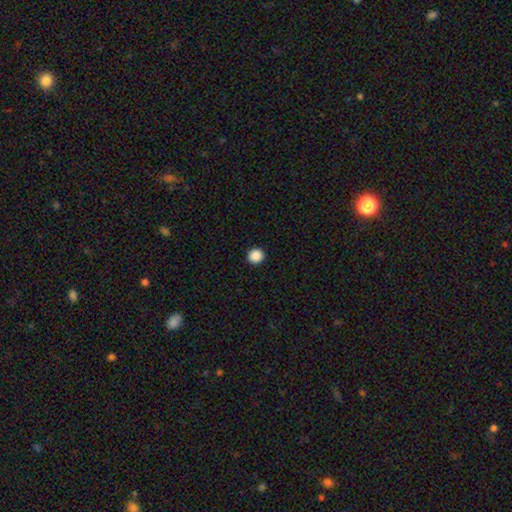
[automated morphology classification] type=smooth (88%); roundness=round (95%); merging=none (94%).